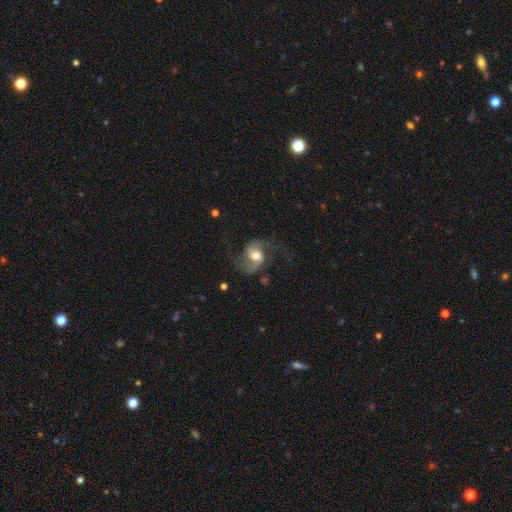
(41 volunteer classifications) This is clearly a featured or disk galaxy (85%). It is clearly not viewed edge-on (100%). Bar: likely no (60%). Spiral arm pattern: clearly yes (94%). Spiral arm count: clearly 2 (100%). Spiral winding: possibly loose (55%). Central bulge: likely moderate (66%). Merging: likely none (78%).